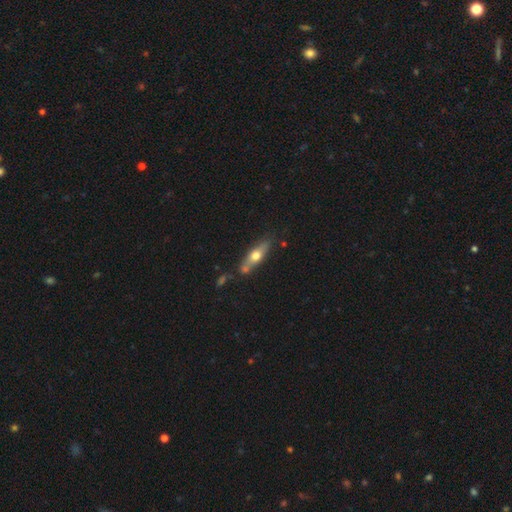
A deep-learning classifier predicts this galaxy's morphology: Smooth or featured? smooth (47%, tied with featured or disk)
Merging? none (66%)